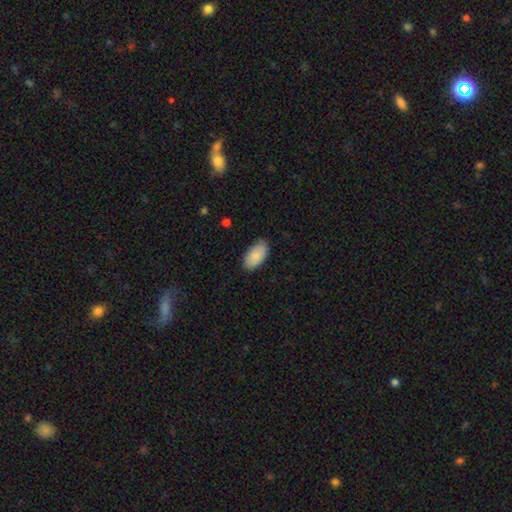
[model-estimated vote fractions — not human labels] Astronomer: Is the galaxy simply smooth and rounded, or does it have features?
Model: smooth — 88%.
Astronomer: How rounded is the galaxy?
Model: in between — 96%.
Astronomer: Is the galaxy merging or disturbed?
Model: none — 83%.